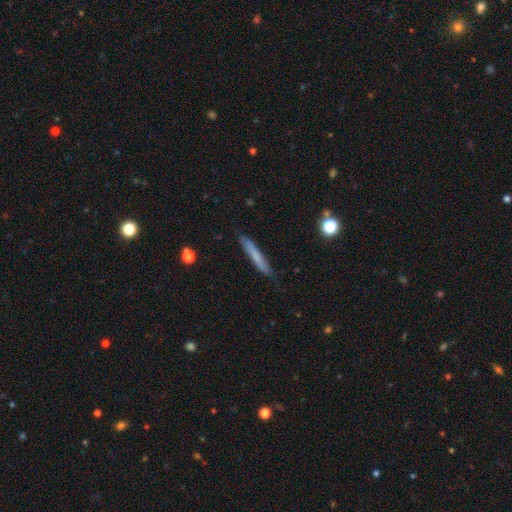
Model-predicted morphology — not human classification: A smooth galaxy with no disk features (66%) that is cigar-shaped (95%). Merging: none (82%).